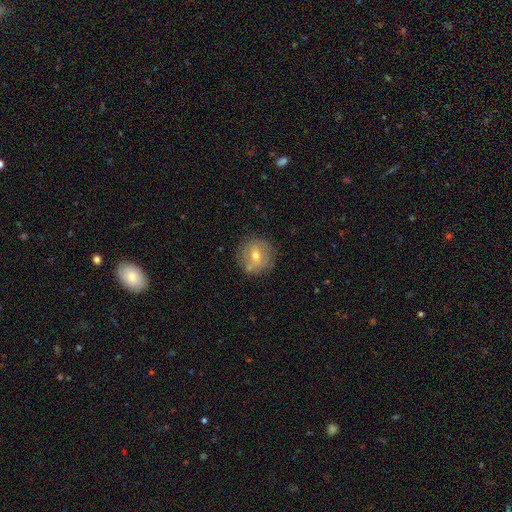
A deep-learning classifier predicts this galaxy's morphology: Overall: smooth (54%; featured or disk 37%). How rounded: round (90%). Merging: none (77%).